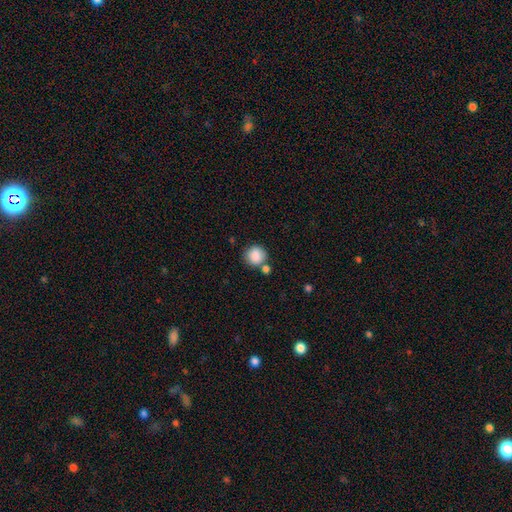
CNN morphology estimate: smooth-or-featured: smooth: 87% | star or artifact: 9% | featured or disk: 5%
  how-rounded: round: 90% | in between: 9% | cigar-shaped: 1%
  merging: none: 68% | merger: 18% | minor disturbance: 11% | major disturbance: 4%